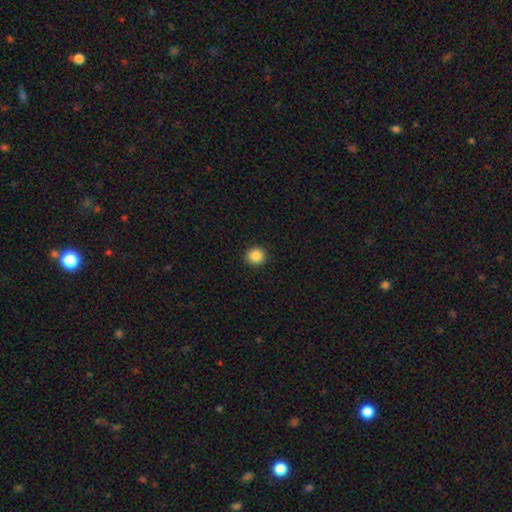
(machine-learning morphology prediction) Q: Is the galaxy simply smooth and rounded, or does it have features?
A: smooth — 87%.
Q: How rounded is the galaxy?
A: round — 92%.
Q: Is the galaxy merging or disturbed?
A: none — 93%.